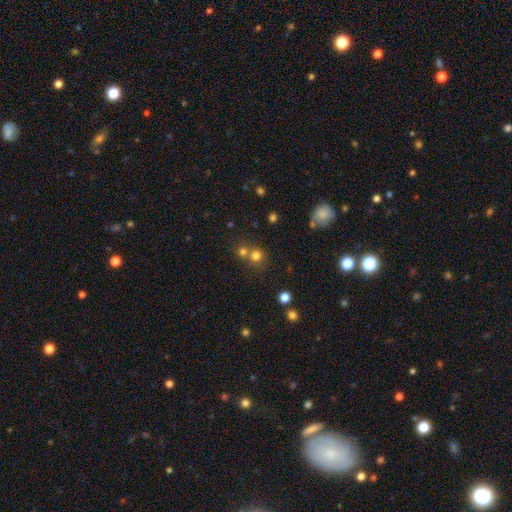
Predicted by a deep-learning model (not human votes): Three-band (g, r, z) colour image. It shows a smooth galaxy with no disk features (73%) that is round (89%). Merging: none (55%).